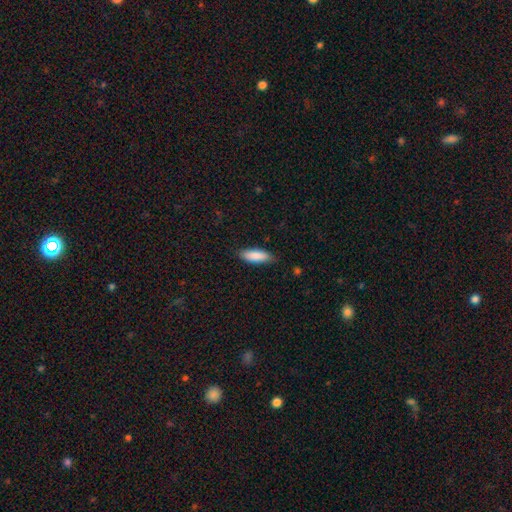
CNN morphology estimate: Q: Smooth or featured?
A: smooth (87%); runner-up: featured or disk (7%)
Q: How rounded?
A: in between (61%); runner-up: cigar-shaped (38%)
Q: Merging?
A: none (81%); runner-up: minor disturbance (15%)